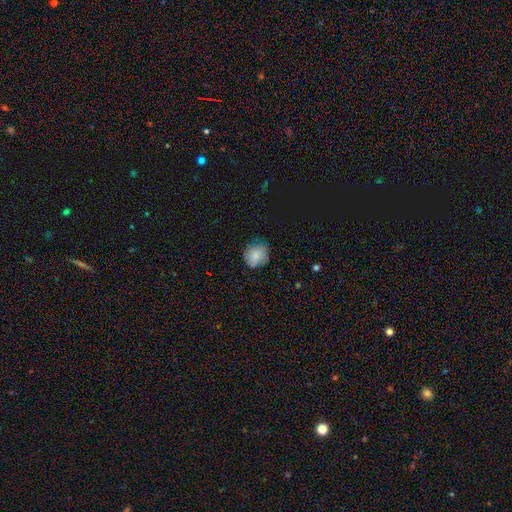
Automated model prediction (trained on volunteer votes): smooth_or_featured: smooth (p=0.79) [alt: featured or disk p=0.12]
how_rounded: round (p=0.79) [alt: in between p=0.20]
merging: none (p=0.71) [alt: minor disturbance p=0.22]